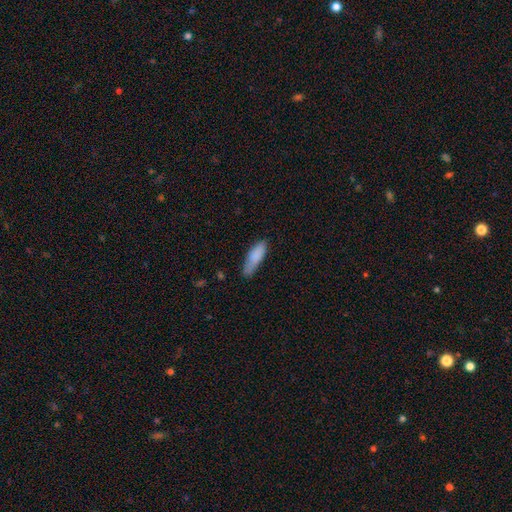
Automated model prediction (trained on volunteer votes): A smooth galaxy with no disk features (84%) that is cigar-shaped (51%). Merging: none (64%).